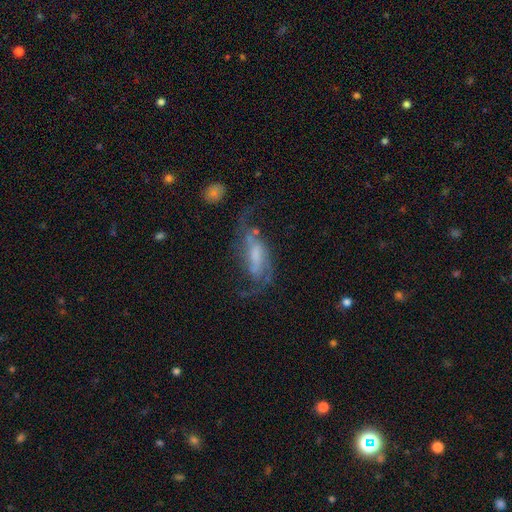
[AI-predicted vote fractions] Smooth or featured?
  - featured or disk: 79% *
  - smooth: 14%
  - star or artifact: 7%
Edge-on disk?
  - no: 91% *
  - yes: 9%
Bar?
  - weak: 43% *
  - strong: 30%
  - no: 27%
Spiral arms?
  - yes: 93% *
  - no: 7%
Spiral winding?
  - loose: 49% *
  - medium: 39%
  - tight: 12%
Spiral arm count?
  - 2: 79% *
  - can't tell: 8%
  - 1: 5%
  - 3: 5%
  - 4: 2%
  - more than 4: 2%
Bulge size?
  - small: 31% *
  - moderate: 30%
  - none: 24%
  - large: 13%
  - dominant: 3%
Merging?
  - none: 50% *
  - major disturbance: 27%
  - minor disturbance: 19%
  - merger: 4%